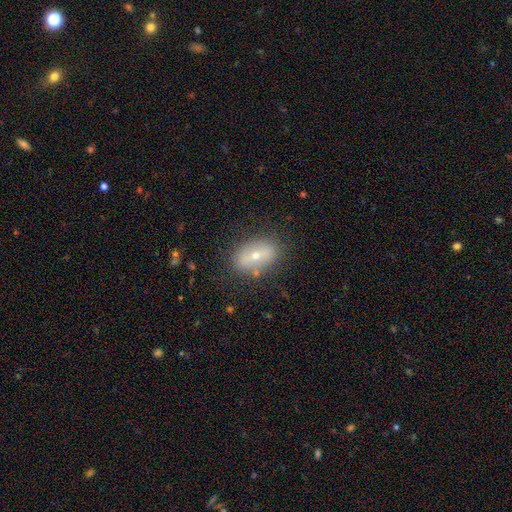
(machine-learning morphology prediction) Smooth or featured? smooth (48%)
Merging? none (80%)